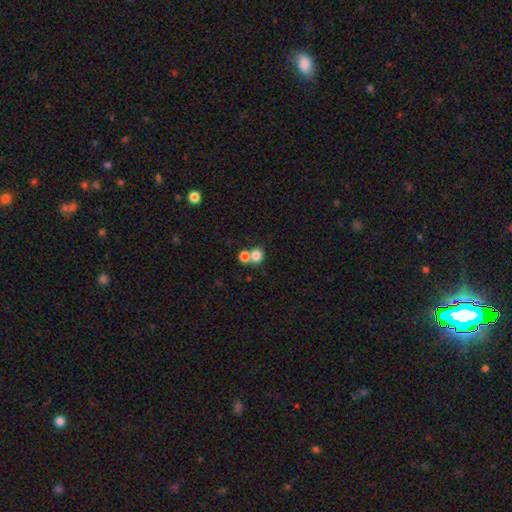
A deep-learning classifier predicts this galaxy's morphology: type=smooth (80%); roundness=round (73%); merging=merger (46%).